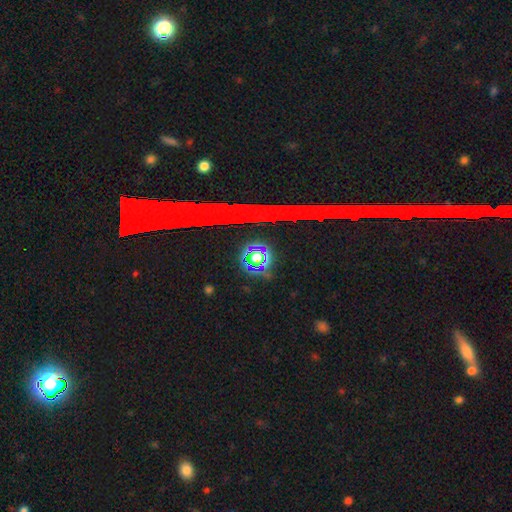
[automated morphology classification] The model was most divided on "smooth or featured": star or artifact: 69%, smooth: 18%, featured or disk: 13%.